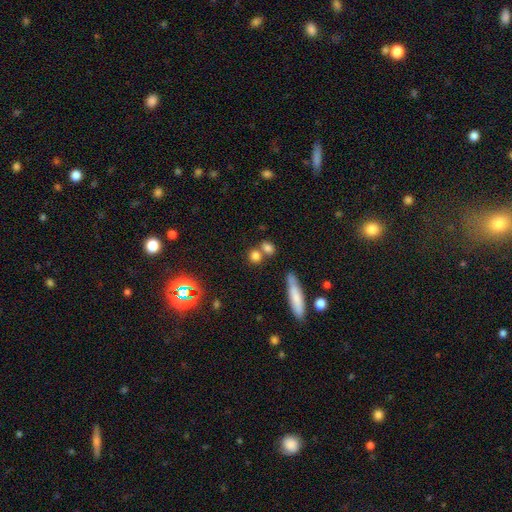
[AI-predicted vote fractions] Overall: smooth (75%). How rounded: round (66%). Merging: none (57%; merger 31%).